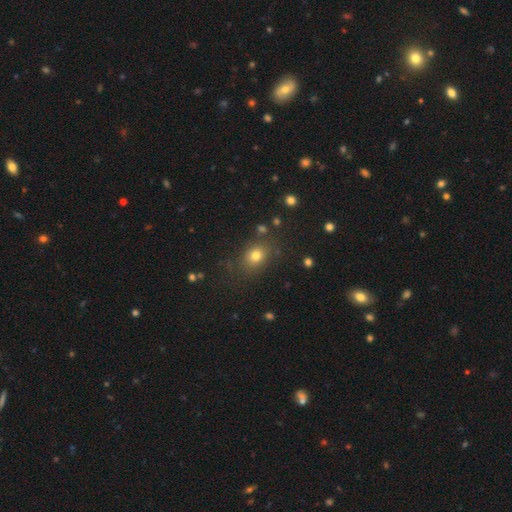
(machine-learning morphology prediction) smooth_or_featured: smooth (p=0.76) [alt: star or artifact p=0.14]
how_rounded: in between (p=0.53) [alt: round p=0.46]
merging: none (p=0.78) [alt: minor disturbance p=0.13]